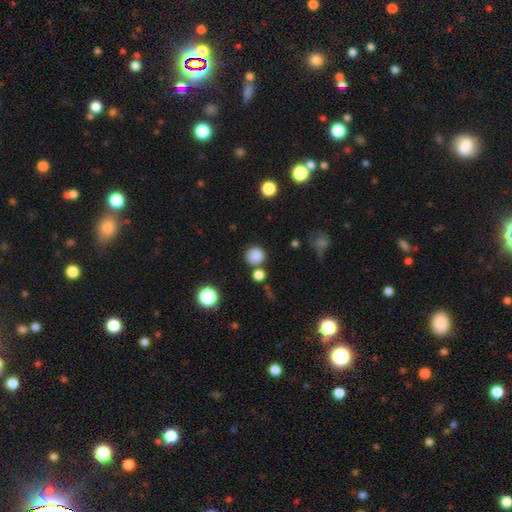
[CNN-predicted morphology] Smooth or featured? smooth (83%)
How rounded? round (91%)
Merging? none (74%)